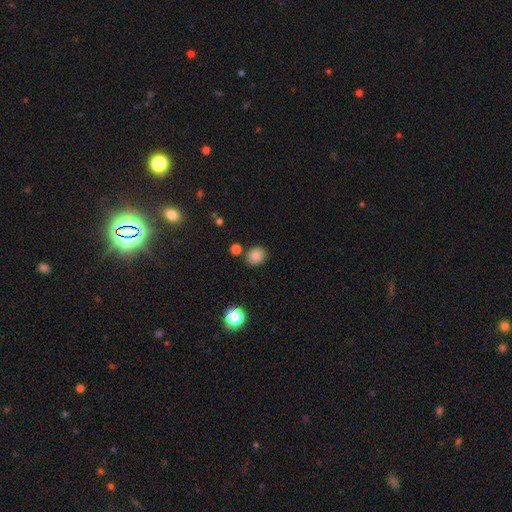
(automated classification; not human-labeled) Q: Smooth or featured?
A: smooth (85%); runner-up: star or artifact (11%)
Q: How rounded?
A: round (67%); runner-up: in between (32%)
Q: Merging?
A: none (82%); runner-up: minor disturbance (10%)